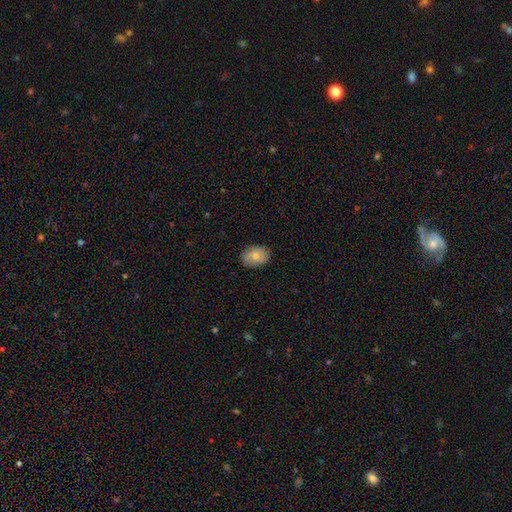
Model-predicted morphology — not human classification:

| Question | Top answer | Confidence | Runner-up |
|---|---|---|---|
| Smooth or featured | smooth | 77% | featured or disk (16%) |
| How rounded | in between | 76% | round (22%) |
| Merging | none | 85% | minor disturbance (12%) |